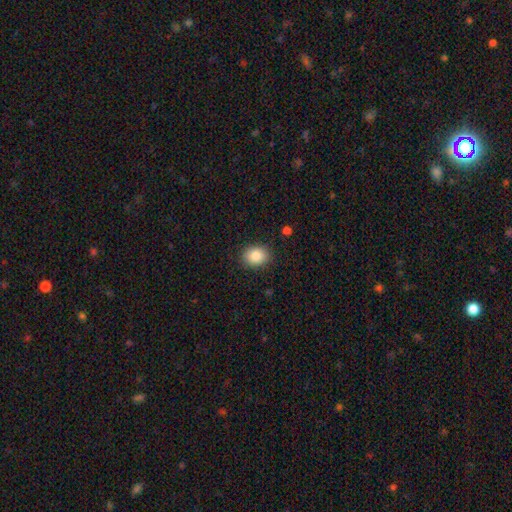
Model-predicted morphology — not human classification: This is clearly a smooth galaxy (86%). How rounded: possibly in between (51%). Merging: clearly none (87%).